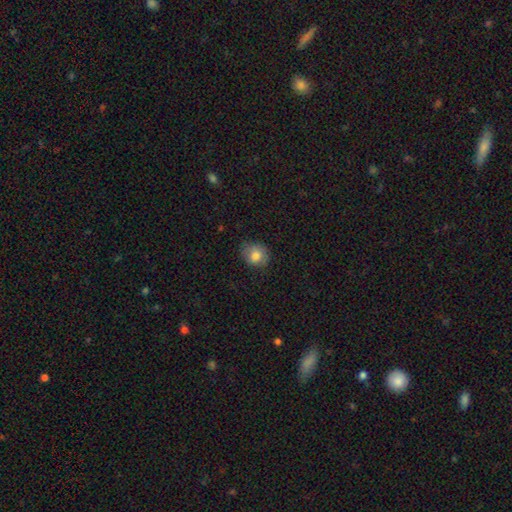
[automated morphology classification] This appears to be a smooth galaxy with no disk features (81%) that is round (74%). Merging: none (73%).